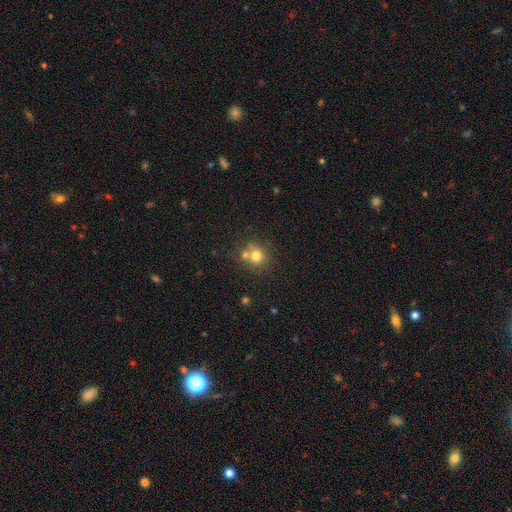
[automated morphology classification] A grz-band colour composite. It shows a smooth galaxy with no disk features (73%) that is round (86%). Merging: none (53%).